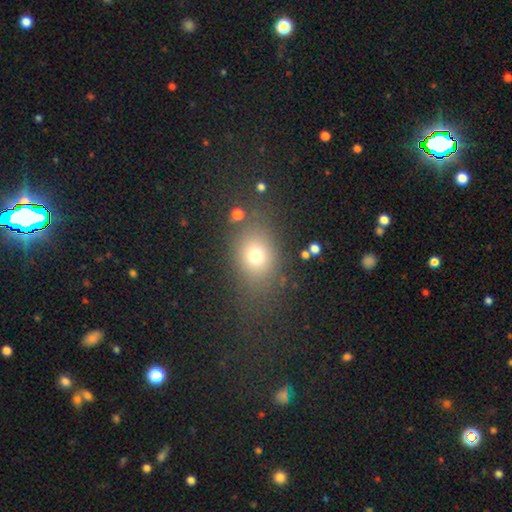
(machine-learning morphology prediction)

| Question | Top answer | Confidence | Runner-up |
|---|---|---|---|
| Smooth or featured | smooth | 73% | star or artifact (16%) |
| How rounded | in between | 54% | round (44%) |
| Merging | none | 67% | minor disturbance (15%) |